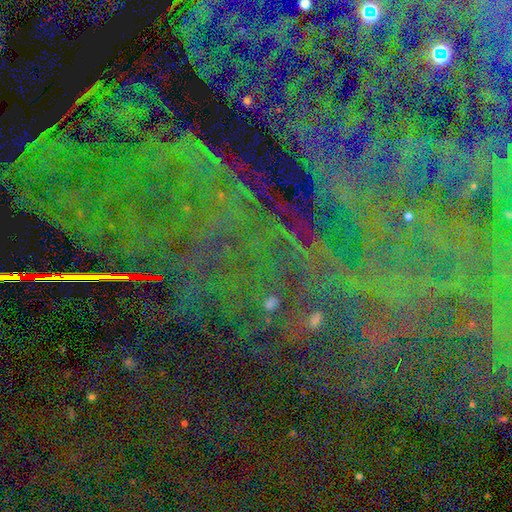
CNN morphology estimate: type=star or artifact (86%).